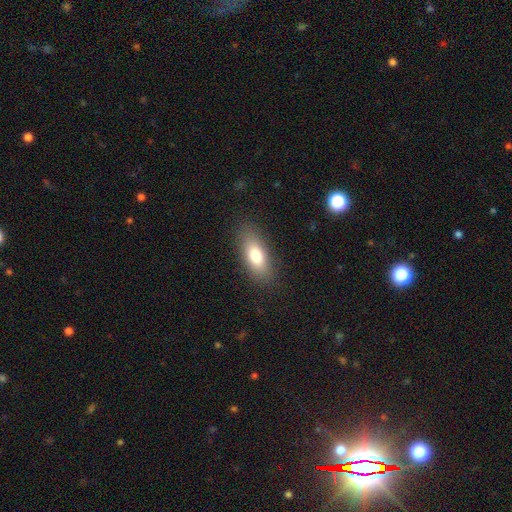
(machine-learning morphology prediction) A smooth galaxy with no disk features (77%) that is in between round and cigar-shaped (78%).

Vote fractions:
- Smooth or featured? smooth: 77% / featured or disk: 15% / star or artifact: 8%
- How rounded? in between: 78% / cigar-shaped: 19% / round: 3%
- Merging? none: 86% / minor disturbance: 10% / major disturbance: 3% / merger: 1%